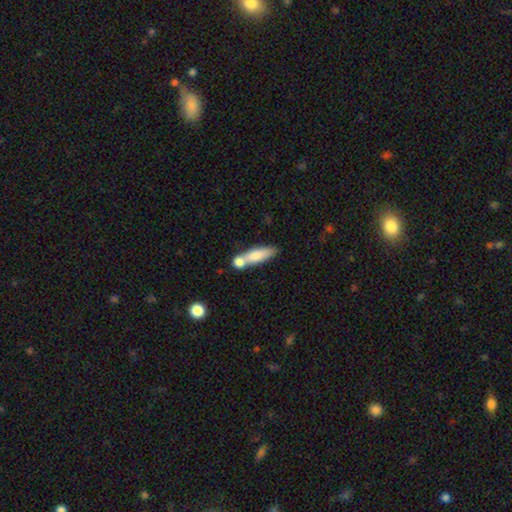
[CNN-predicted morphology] Q: Smooth or featured?
A: smooth (73%); runner-up: featured or disk (21%)
Q: How rounded?
A: cigar-shaped (57%); runner-up: in between (39%)
Q: Merging?
A: merger (42%); runner-up: none (41%)